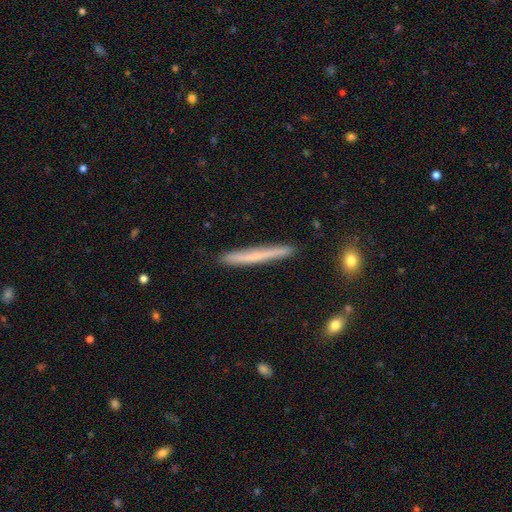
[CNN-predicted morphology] This is possibly a smooth galaxy (53%). How rounded: clearly cigar-shaped (97%). Merging: clearly none (88%).